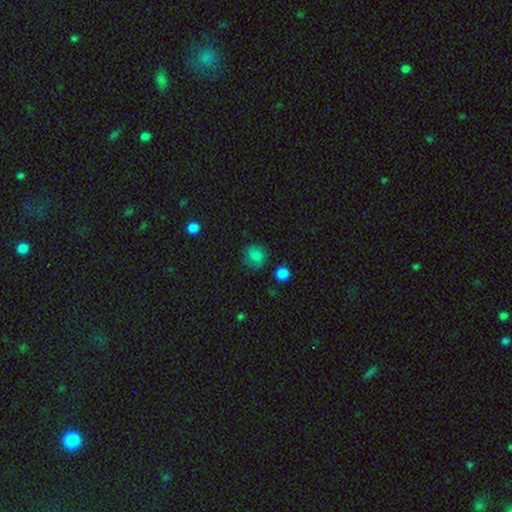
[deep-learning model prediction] This appears to be a smooth galaxy with no disk features (81%) that is round (77%). Merging: none (69%).